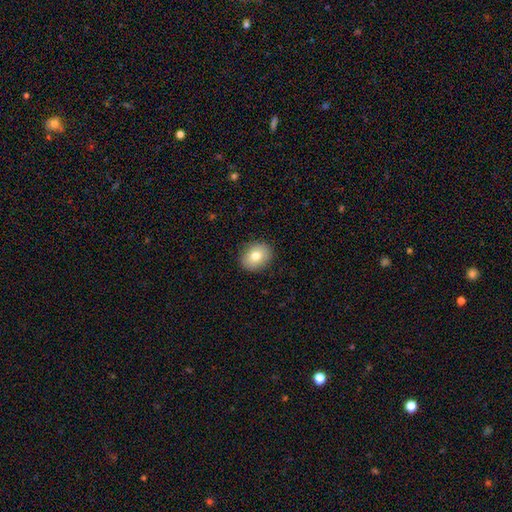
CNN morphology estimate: This appears to be a smooth galaxy with no disk features (78%) that is round (53%). Merging: none (89%).